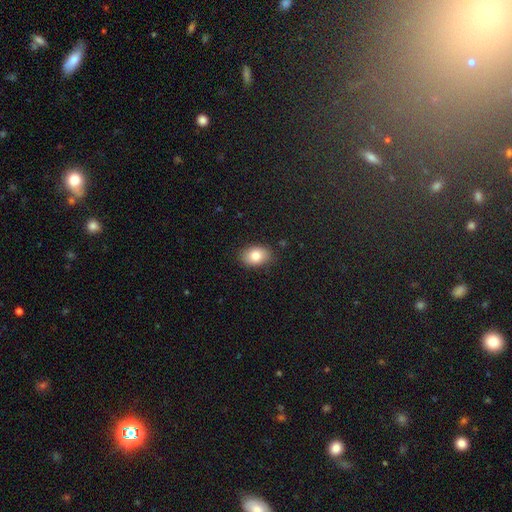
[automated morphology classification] Smooth or featured?
  - smooth: 82% *
  - featured or disk: 9%
  - star or artifact: 8%
How rounded?
  - in between: 80% *
  - round: 19%
  - cigar-shaped: 1%
Merging?
  - none: 85% *
  - minor disturbance: 11%
  - major disturbance: 3%
  - merger: 1%